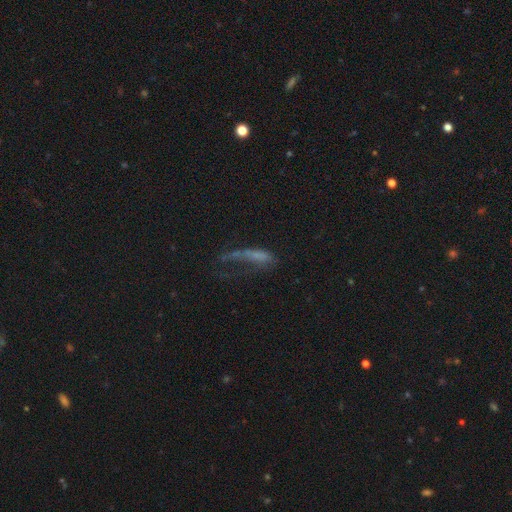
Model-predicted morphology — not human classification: smooth 44%, featured or disk 37%, star or artifact 19%. Down the decision tree: merging — major disturbance (52%).